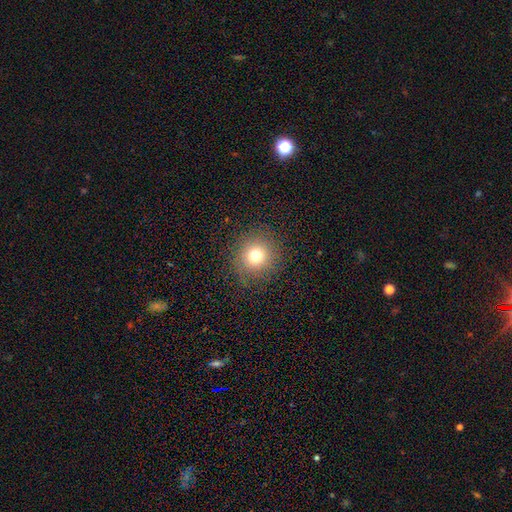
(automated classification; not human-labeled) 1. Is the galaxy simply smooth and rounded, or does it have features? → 73% smooth, 16% star or artifact, 11% featured or disk.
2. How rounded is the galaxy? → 93% round, 6% in between, 1% cigar-shaped.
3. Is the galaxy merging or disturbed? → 87% none, 8% minor disturbance, 4% major disturbance, 1% merger.